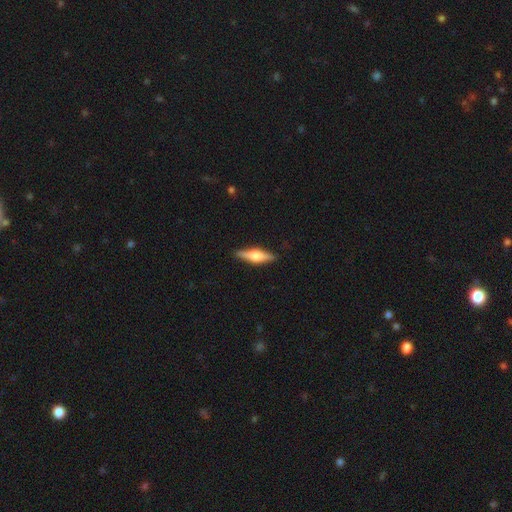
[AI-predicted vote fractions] Smooth or featured: featured or disk — 61% (smooth — 34%)
Edge-on disk: yes — 96% (no — 4%)
Edge-on bulge: rounded — 88% (boxy — 9%)
Merging: none — 89% (minor disturbance — 8%)